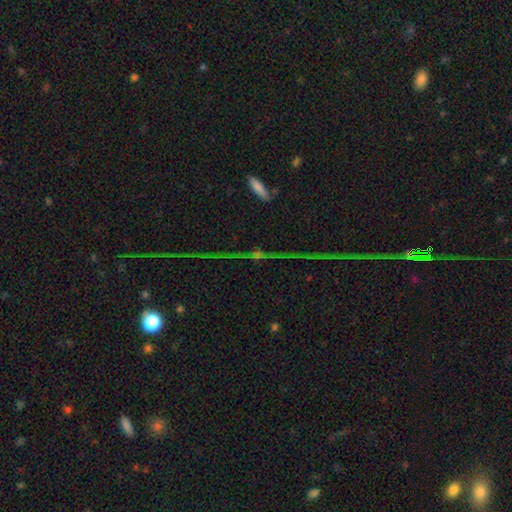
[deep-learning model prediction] This appears to be a star or artifact, not a galaxy (78%).